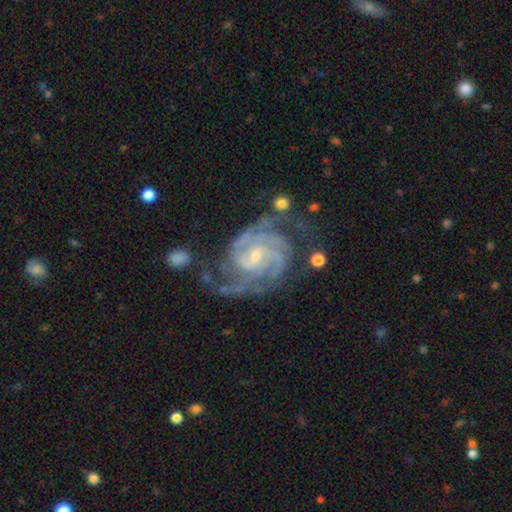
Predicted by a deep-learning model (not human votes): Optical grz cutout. It shows a featured or disk galaxy (92%) with a weak bar (45%), 3 (30%) tight (61%) spiral arms (98%) and a small central bulge (73%). Merging: none (60%).